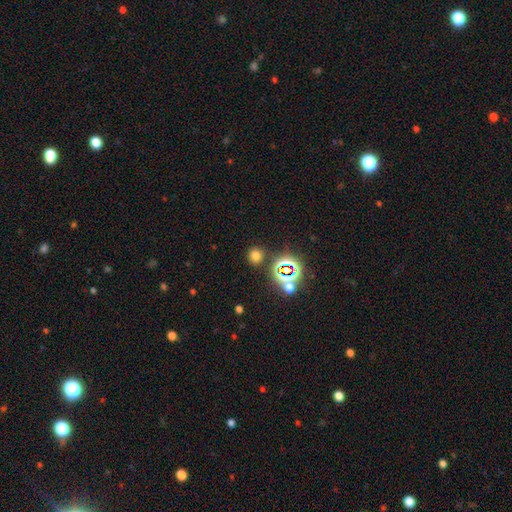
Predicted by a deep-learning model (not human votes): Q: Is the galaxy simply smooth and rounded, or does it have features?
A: smooth — 65%.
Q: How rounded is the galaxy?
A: round — 86%.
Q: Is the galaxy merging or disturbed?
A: none — 84%.